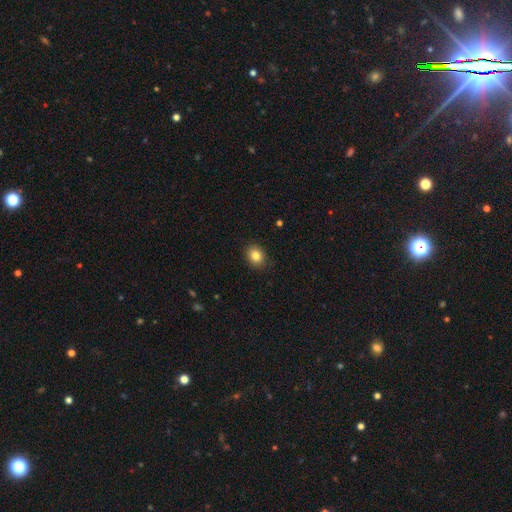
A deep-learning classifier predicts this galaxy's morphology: Smooth or featured? smooth (84%)
How rounded? in between (50%)
Merging? none (88%)